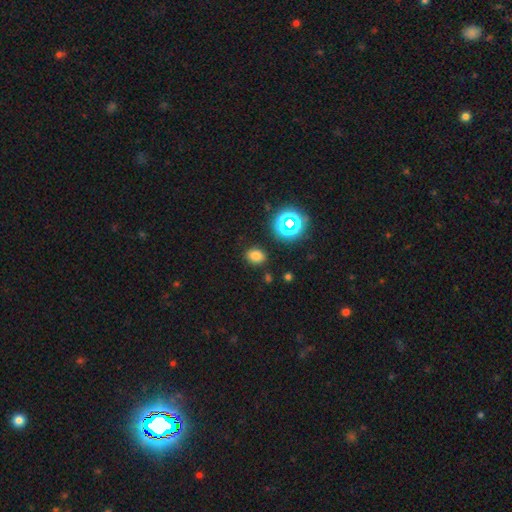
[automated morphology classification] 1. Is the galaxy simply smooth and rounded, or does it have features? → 73% smooth, 21% star or artifact, 6% featured or disk.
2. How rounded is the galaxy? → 61% in between, 38% round, 1% cigar-shaped.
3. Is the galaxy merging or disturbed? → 85% none, 9% minor disturbance, 3% major disturbance, 2% merger.